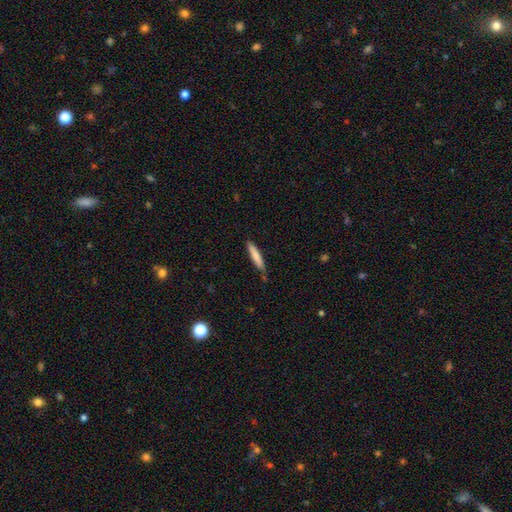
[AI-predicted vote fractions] This appears to be a smooth galaxy with no disk features (78%) that is cigar-shaped (91%). Merging: none (80%).